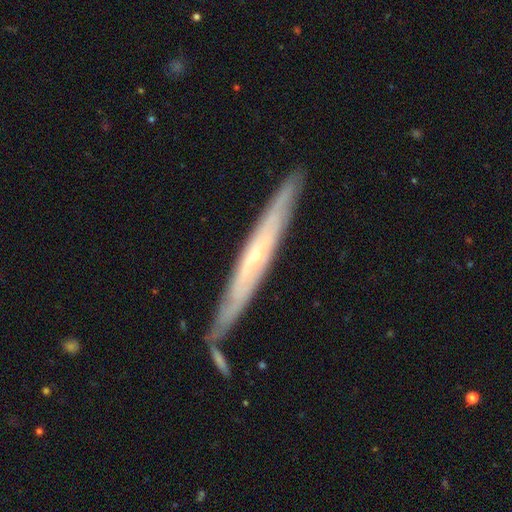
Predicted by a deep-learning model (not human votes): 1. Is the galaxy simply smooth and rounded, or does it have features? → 73% featured or disk, 21% smooth, 6% star or artifact.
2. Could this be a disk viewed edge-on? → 83% yes, 17% no.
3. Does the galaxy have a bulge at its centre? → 54% none, 43% rounded, 3% boxy.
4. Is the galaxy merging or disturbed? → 79% none, 14% minor disturbance, 5% merger, 3% major disturbance.